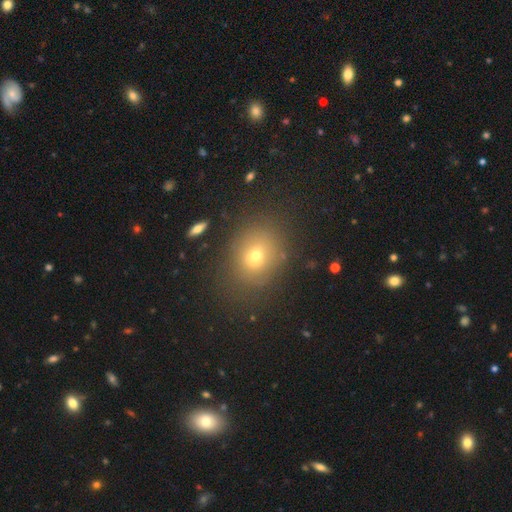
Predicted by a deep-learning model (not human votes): Morphology: type=smooth (66%); roundness=round (55%); merging=none (78%).